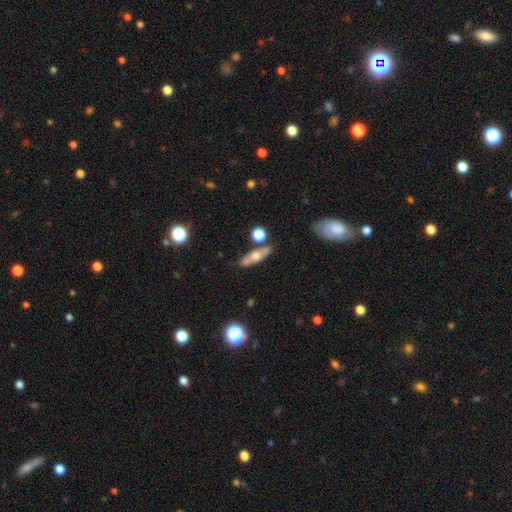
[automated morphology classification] This is possibly a smooth galaxy (49%). Merging: likely none (74%).